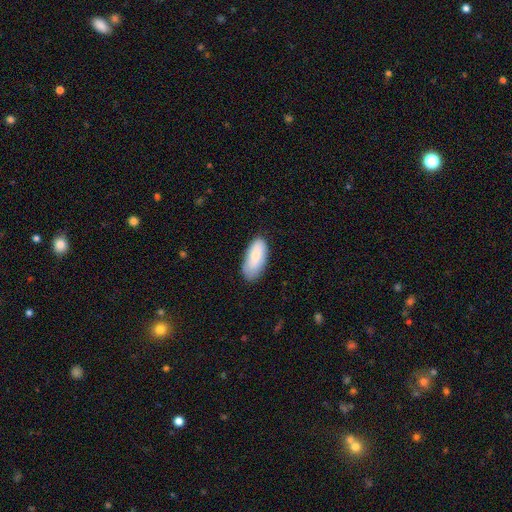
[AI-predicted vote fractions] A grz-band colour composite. It shows a smooth galaxy with no disk features (80%) that is in between round and cigar-shaped (90%). Merging: none (75%).